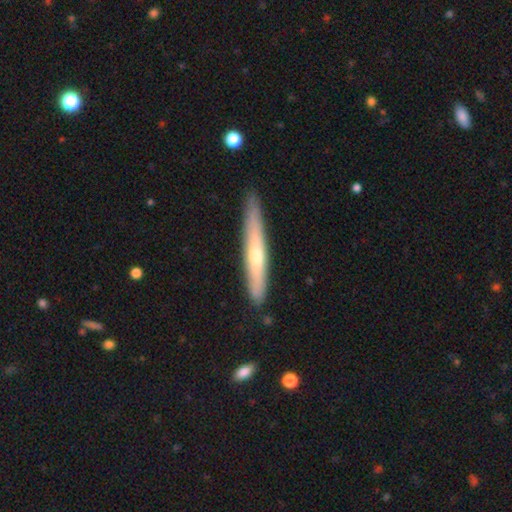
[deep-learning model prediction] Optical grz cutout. It shows a featured or disk galaxy (55%) viewed edge-on (91%). Merging: none (85%).